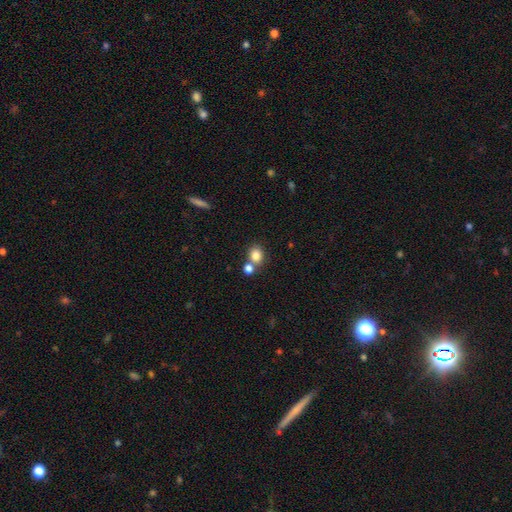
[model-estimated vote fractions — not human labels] Smooth or featured: smooth — 82% (star or artifact — 11%)
How rounded: round — 62% (in between — 37%)
Merging: none — 57% (merger — 32%)